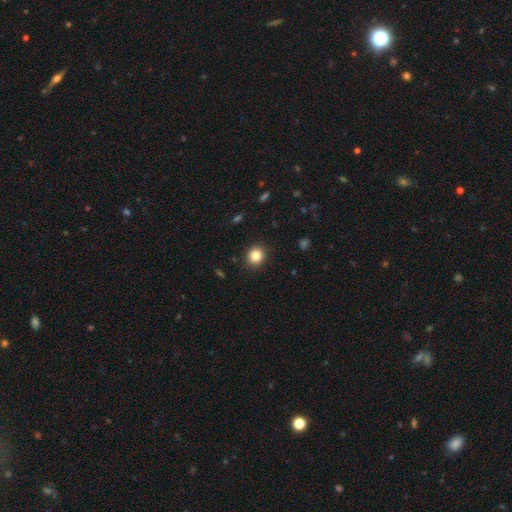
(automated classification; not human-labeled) Smooth or featured? Predicted: smooth (p=0.84). How rounded? Predicted: round (p=0.79). Merging? Predicted: none (p=0.91).